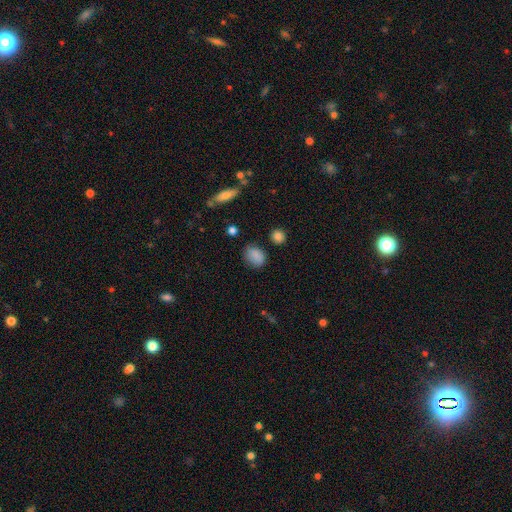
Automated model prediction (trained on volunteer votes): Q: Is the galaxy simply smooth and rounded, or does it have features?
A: smooth — 84%.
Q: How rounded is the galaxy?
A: in between — 67%.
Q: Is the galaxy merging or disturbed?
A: none — 74%.